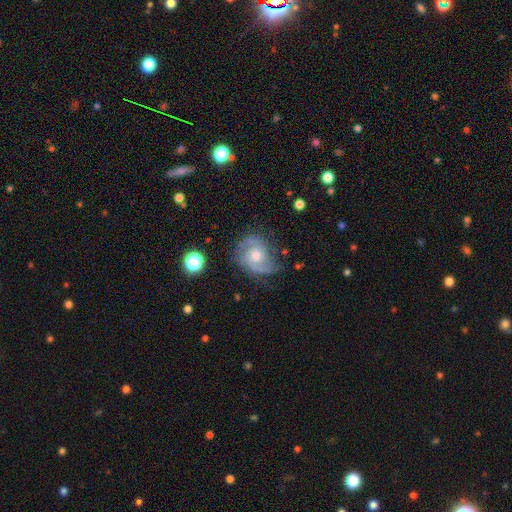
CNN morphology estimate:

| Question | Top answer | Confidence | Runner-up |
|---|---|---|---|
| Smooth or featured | featured or disk | 82% | smooth (11%) |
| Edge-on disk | no | 97% | yes (3%) |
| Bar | no | 69% | weak (27%) |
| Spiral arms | yes | 94% | no (6%) |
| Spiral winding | medium | 48% | tight (34%) |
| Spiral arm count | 2 | 67% | can't tell (13%) |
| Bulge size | moderate | 63% | small (31%) |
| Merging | none | 68% | minor disturbance (21%) |